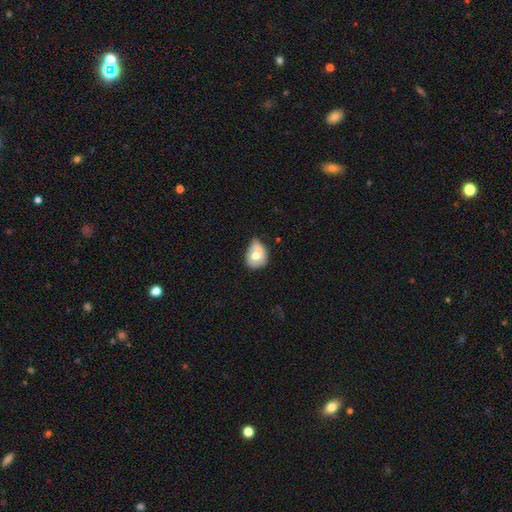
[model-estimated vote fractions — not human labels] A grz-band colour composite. It shows a smooth galaxy with no disk features (54%) that is round (55%). Merging: minor disturbance (45%).